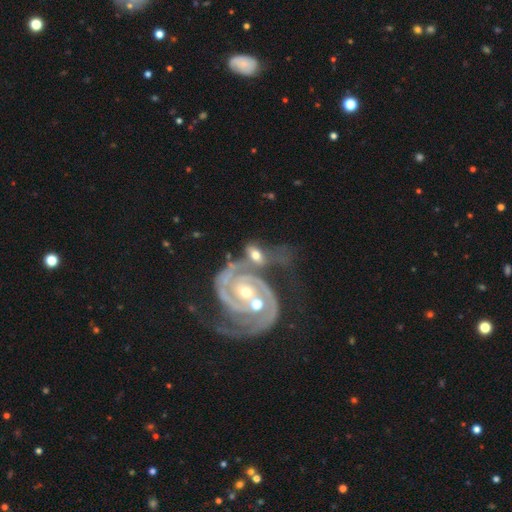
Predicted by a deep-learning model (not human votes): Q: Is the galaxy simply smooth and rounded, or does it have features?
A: featured or disk — 75%.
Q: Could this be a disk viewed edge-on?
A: no — 96%.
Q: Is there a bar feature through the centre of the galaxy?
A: no — 64%.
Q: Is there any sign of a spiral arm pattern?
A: yes — 91%.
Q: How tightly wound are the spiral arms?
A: tight — 48%.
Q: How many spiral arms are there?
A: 2 — 76%.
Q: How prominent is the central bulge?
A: moderate — 52%.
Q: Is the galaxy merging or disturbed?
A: merger — 48%.